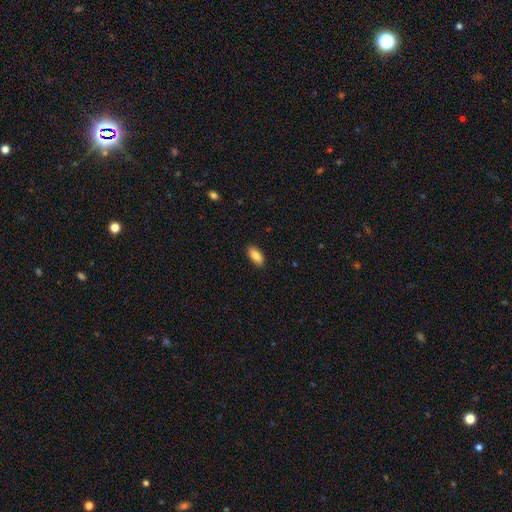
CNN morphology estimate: Smooth or featured: smooth — 84% (featured or disk — 9%)
How rounded: in between — 85% (cigar-shaped — 13%)
Merging: none — 89% (minor disturbance — 8%)